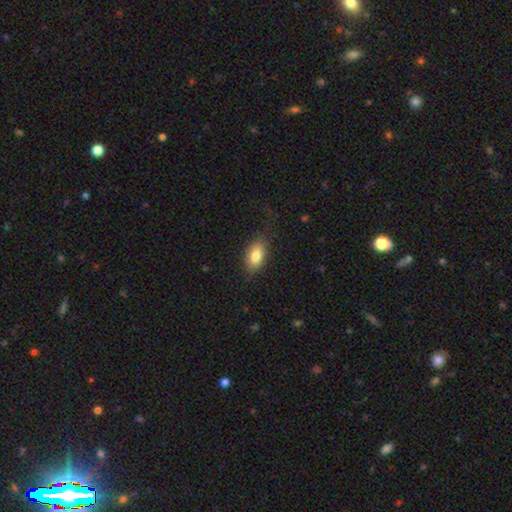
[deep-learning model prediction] Smooth or featured? Predicted: smooth (p=0.83). How rounded? Predicted: in between (p=0.91). Merging? Predicted: none (p=0.77).